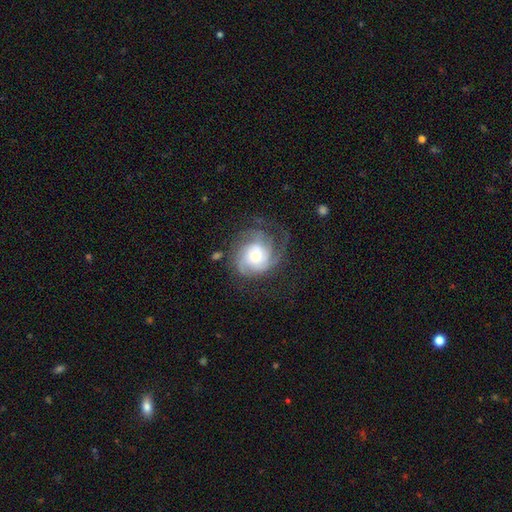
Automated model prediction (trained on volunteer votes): Morphology: type=featured or disk (77%); edge-on=no (98%); bar=no (74%); spiral arms=yes (95%); winding=tight (49%); arm count=3 (30%); bulge=moderate (43%); merging=none (56%).